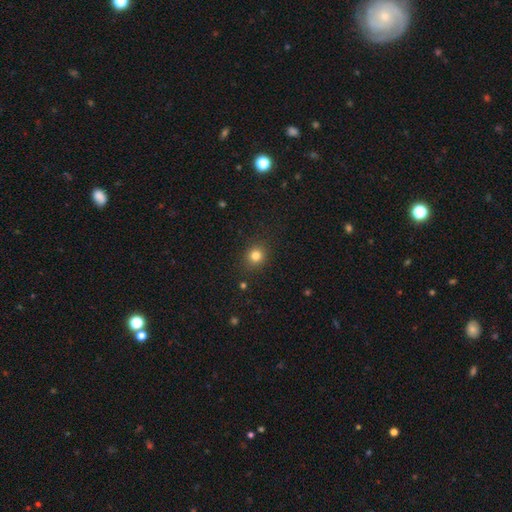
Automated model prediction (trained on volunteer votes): Morphology: type=smooth (81%); roundness=round (83%); merging=none (89%).